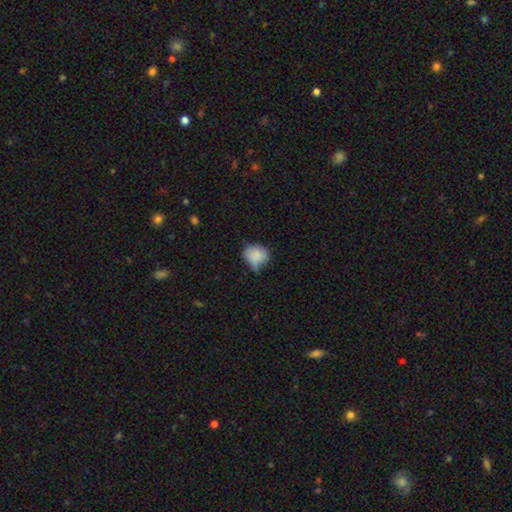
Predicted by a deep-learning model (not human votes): Smooth or featured?
  - smooth: 82% *
  - featured or disk: 9%
  - star or artifact: 9%
How rounded?
  - round: 65% *
  - in between: 34%
  - cigar-shaped: 1%
Merging?
  - minor disturbance: 43% *
  - none: 38%
  - major disturbance: 15%
  - merger: 4%